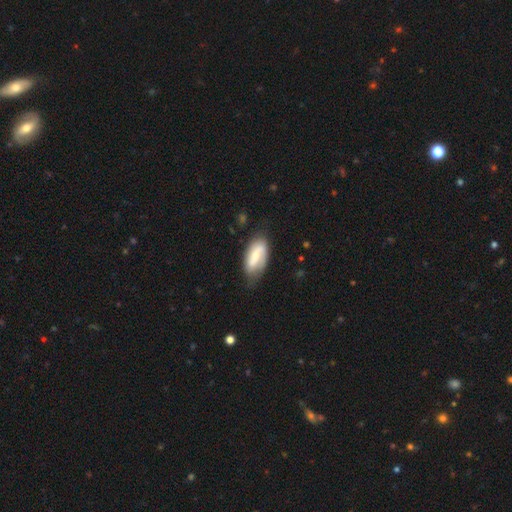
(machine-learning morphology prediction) smooth-or-featured: featured or disk: 54% | smooth: 39% | star or artifact: 6%
  disk-edge-on: no: 93% | yes: 7%
    bar: weak: 42% | strong: 30% | no: 27%
    has-spiral-arms: yes: 83% | no: 17%
    bulge-size: small: 46% | moderate: 41% | none: 6% | large: 5% | dominant: 1%
  merging: none: 66% | minor disturbance: 25% | major disturbance: 7% | merger: 2%